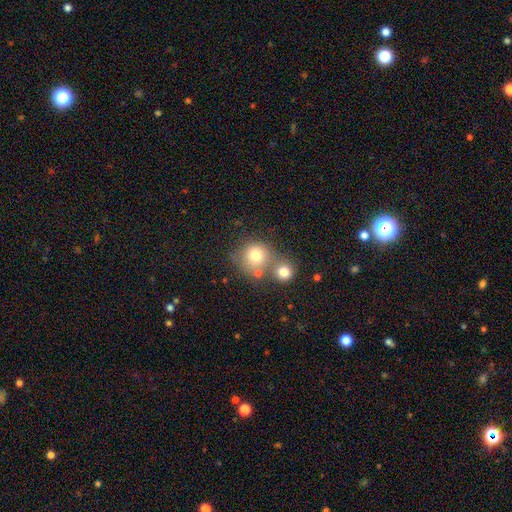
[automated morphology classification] A smooth galaxy with no disk features (75%) that is round (88%).

Vote fractions:
- Smooth or featured? smooth: 75% / featured or disk: 13% / star or artifact: 12%
- How rounded? round: 88% / in between: 11% / cigar-shaped: 1%
- Merging? none: 48% / merger: 37% / minor disturbance: 10% / major disturbance: 5%